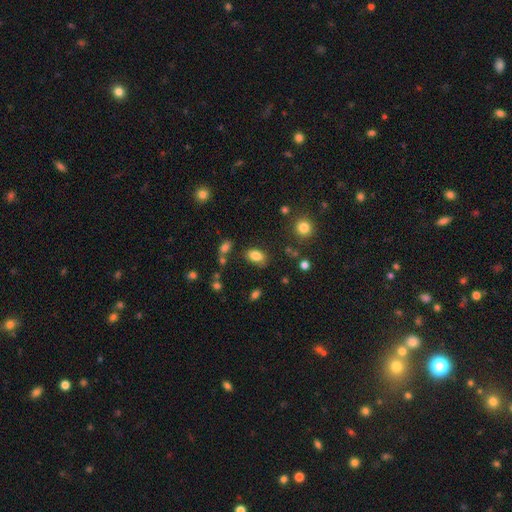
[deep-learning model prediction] Morphology: type=smooth (83%); roundness=in between (86%); merging=none (76%).